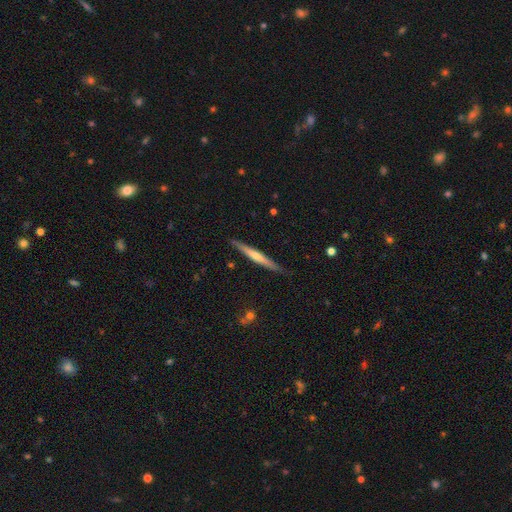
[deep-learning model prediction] A featured or disk galaxy (62%) viewed edge-on (97%) with a rounded central bulge (56%). Merging: none (88%).